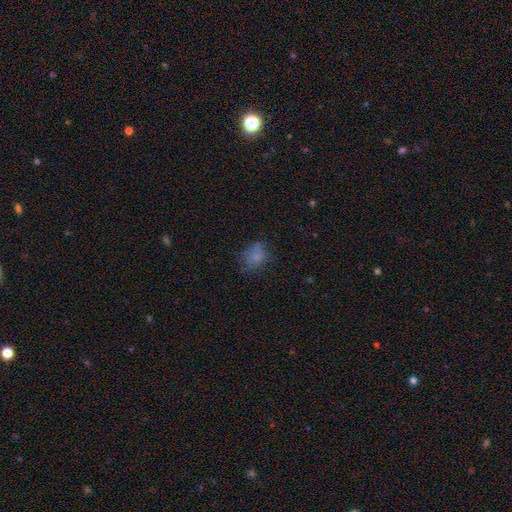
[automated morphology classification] Smooth or featured? Predicted: smooth (p=0.65). How rounded? Predicted: in between (p=0.54). Merging? Predicted: none (p=0.55).